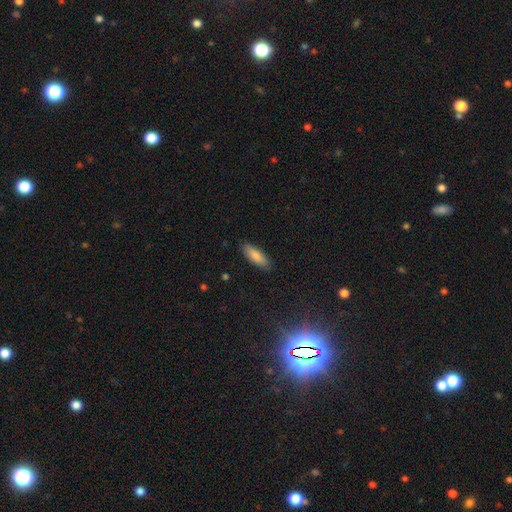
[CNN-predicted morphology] Smooth or featured: smooth — 83% (featured or disk — 11%)
How rounded: in between — 52% (cigar-shaped — 47%)
Merging: none — 87% (minor disturbance — 10%)